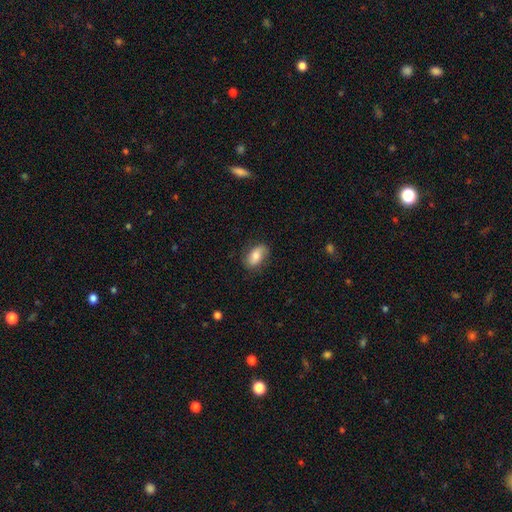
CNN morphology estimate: This appears to be a smooth galaxy with no disk features (71%) that is in between round and cigar-shaped (89%). Merging: none (78%).